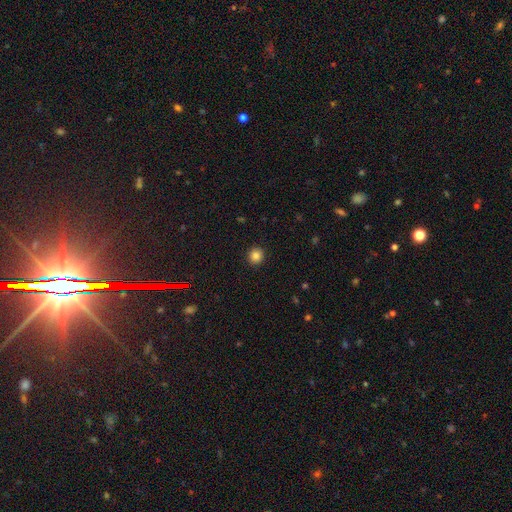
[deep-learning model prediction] Smooth or featured: smooth — 85% (star or artifact — 11%)
How rounded: round — 90% (in between — 9%)
Merging: none — 92% (minor disturbance — 5%)